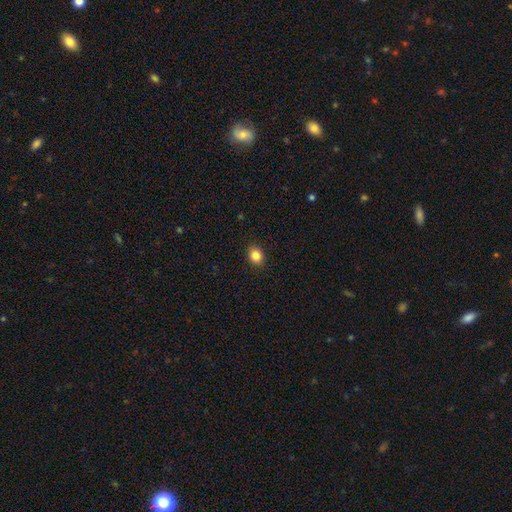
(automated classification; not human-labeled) Smooth or featured? smooth (85%)
How rounded? round (55%)
Merging? none (91%)